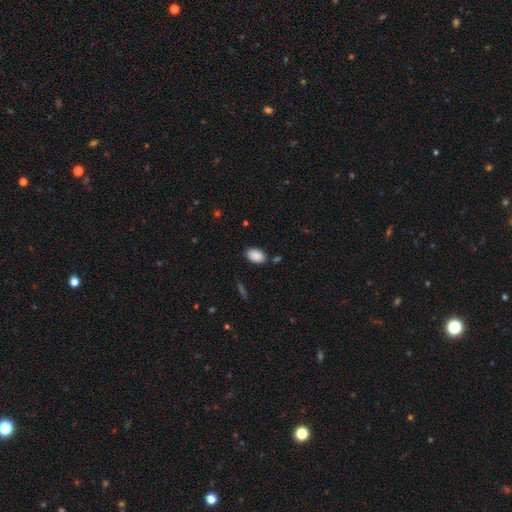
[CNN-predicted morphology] Overall: smooth (89%). How rounded: in between (90%). Merging: none (82%).